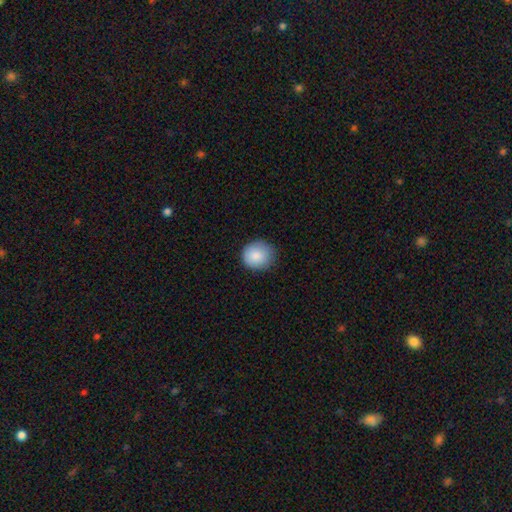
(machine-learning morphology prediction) Overall: smooth (87%). How rounded: round (85%). Merging: none (83%).